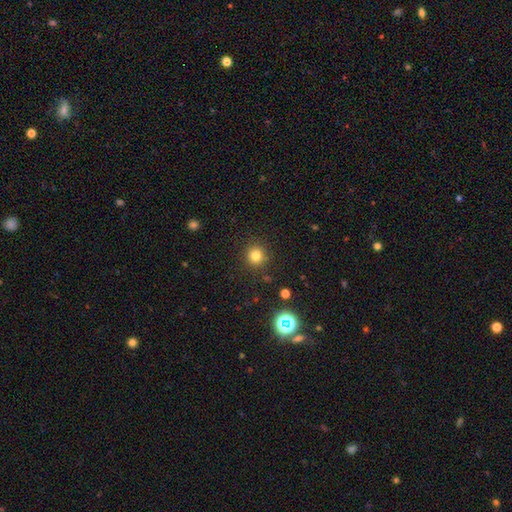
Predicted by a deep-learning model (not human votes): A smooth galaxy with no disk features (80%) that is round (94%). Merging: none (90%).